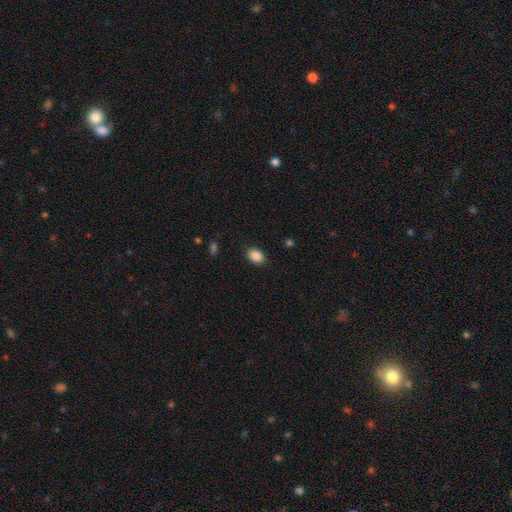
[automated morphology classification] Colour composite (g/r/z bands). It shows a smooth galaxy with no disk features (89%) that is in between round and cigar-shaped (81%). Merging: none (88%).